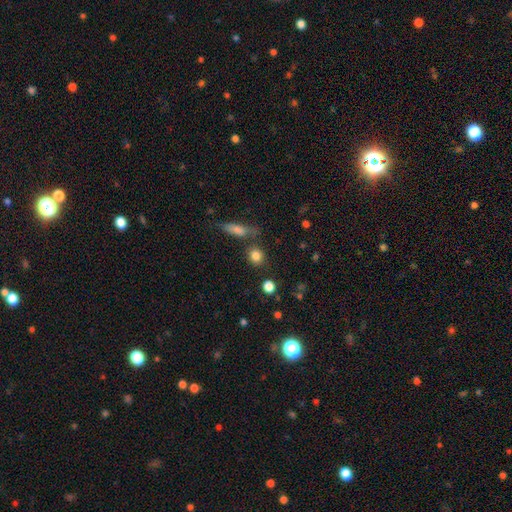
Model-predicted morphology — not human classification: Smooth or featured: smooth — 84% (star or artifact — 10%)
How rounded: round — 78% (in between — 20%)
Merging: none — 77% (minor disturbance — 10%)